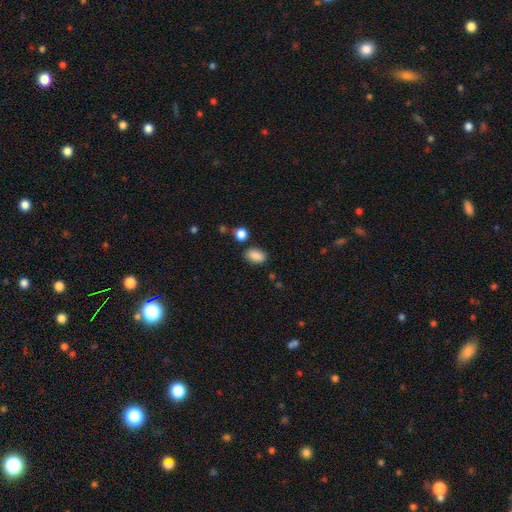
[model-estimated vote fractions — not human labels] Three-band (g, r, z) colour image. It shows a smooth galaxy with no disk features (88%) that is in between round and cigar-shaped (88%). Merging: none (79%).